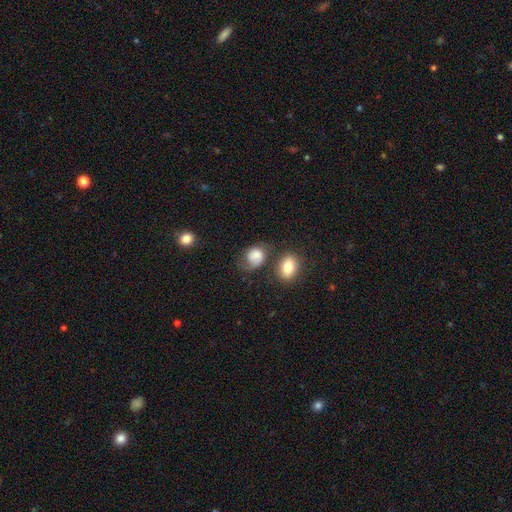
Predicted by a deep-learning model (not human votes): smooth_or_featured: smooth (p=0.70) [alt: featured or disk p=0.21]
how_rounded: round (p=0.50) [alt: in between p=0.49]
merging: none (p=0.39) [alt: minor disturbance p=0.26]